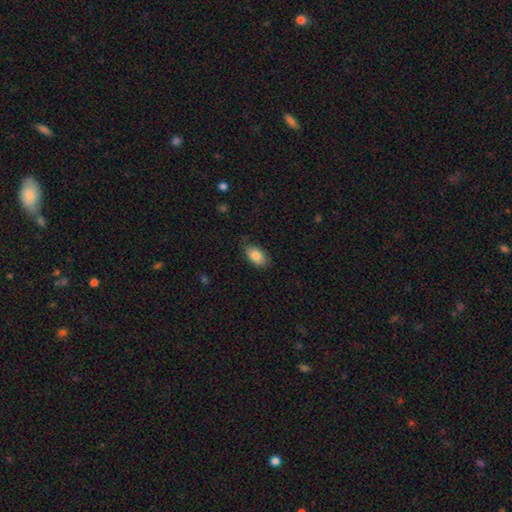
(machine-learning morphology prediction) A smooth galaxy with no disk features (82%) that is in between round and cigar-shaped (92%). Merging: none (74%).